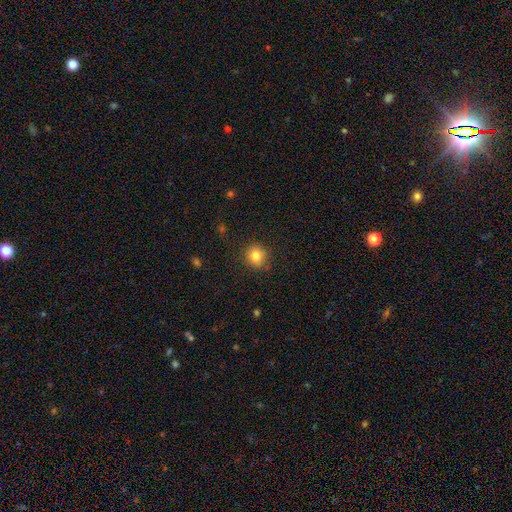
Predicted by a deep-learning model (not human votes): Smooth or featured: smooth — 82% (star or artifact — 11%)
How rounded: round — 82% (in between — 17%)
Merging: none — 86% (minor disturbance — 10%)